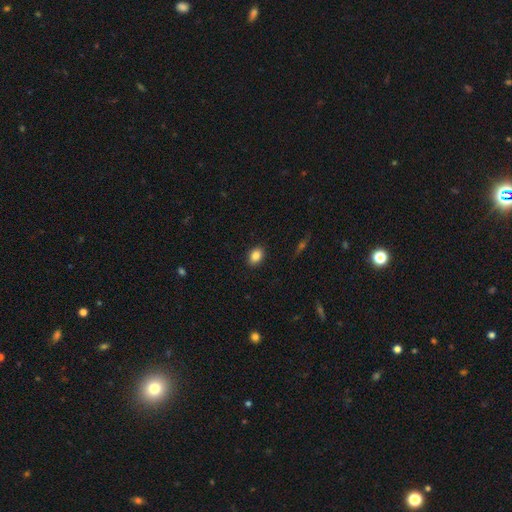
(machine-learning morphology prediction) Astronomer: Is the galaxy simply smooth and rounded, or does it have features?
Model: smooth — 86%.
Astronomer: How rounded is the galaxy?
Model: in between — 72%.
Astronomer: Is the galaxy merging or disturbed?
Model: none — 89%.